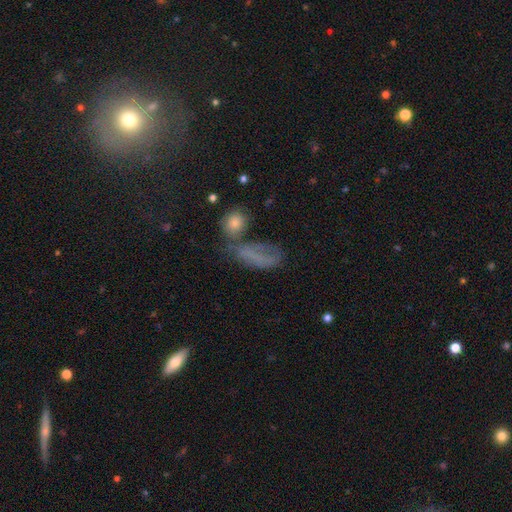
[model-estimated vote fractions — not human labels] This is possibly a smooth galaxy (55%). How rounded: likely in between (68%). Merging: marginally none (37%).